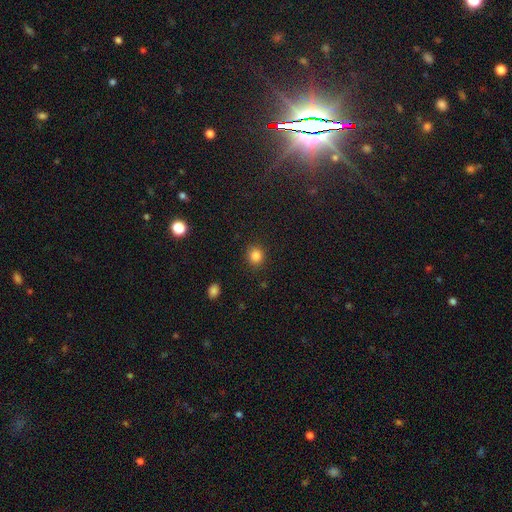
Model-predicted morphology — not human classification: A smooth galaxy with no disk features (84%) that is round (86%). Merging: none (89%).